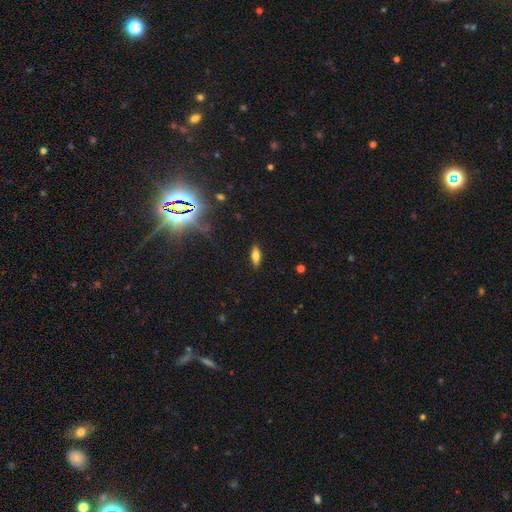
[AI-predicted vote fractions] Overall: smooth (66%). How rounded: in between (67%; cigar-shaped 30%). Merging: none (88%).